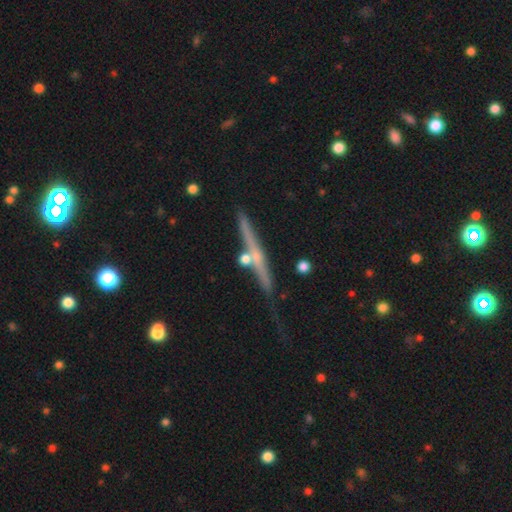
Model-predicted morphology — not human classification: Smooth or featured: featured or disk — 71% (smooth — 22%)
Edge-on disk: yes — 96% (no — 4%)
Edge-on bulge: rounded — 59% (none — 37%)
Merging: none — 70% (minor disturbance — 17%)